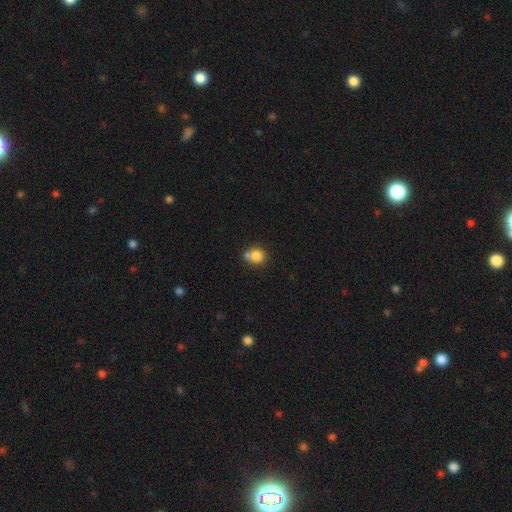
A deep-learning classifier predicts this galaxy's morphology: The model was most divided on "merging": none: 53%, merger: 26%, minor disturbance: 16%, major disturbance: 5%. More confident: smooth or featured — smooth (82%); how rounded — round (76%).